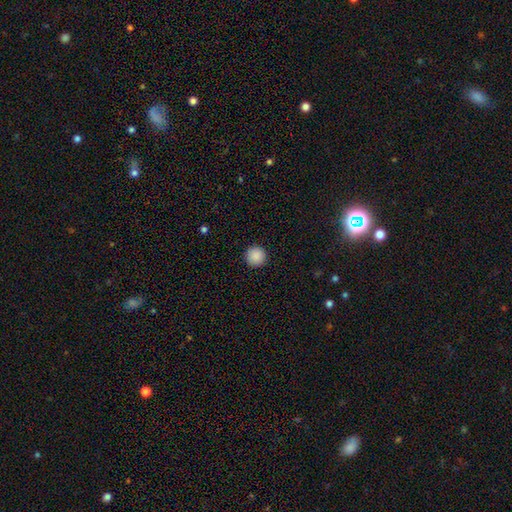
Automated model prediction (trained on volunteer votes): A smooth galaxy with no disk features (89%) that is round (96%). Merging: none (93%).